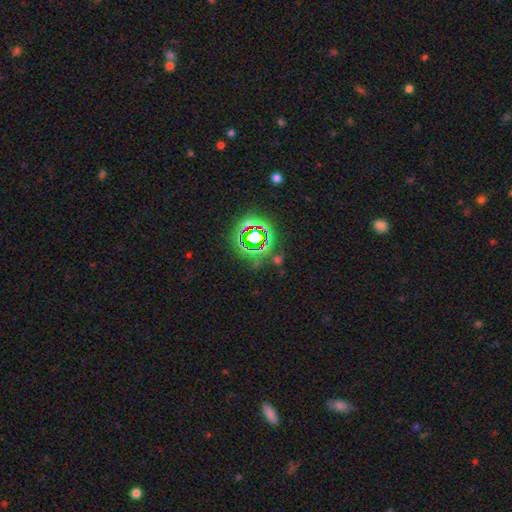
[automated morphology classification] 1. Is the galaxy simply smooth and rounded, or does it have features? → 77% star or artifact, 12% smooth, 10% featured or disk.